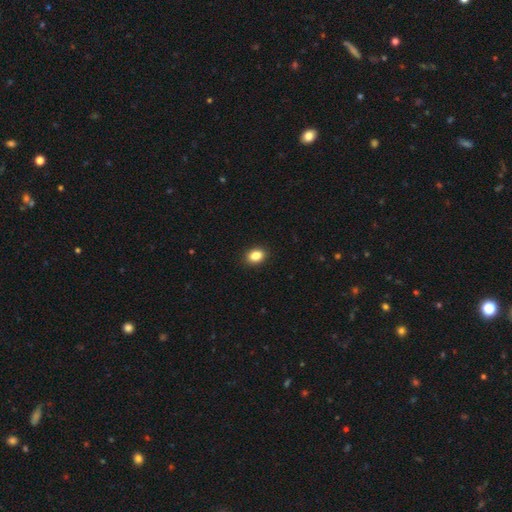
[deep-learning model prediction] smooth-or-featured: smooth: 87% | star or artifact: 9% | featured or disk: 4%
  how-rounded: in between: 68% | round: 30% | cigar-shaped: 1%
  merging: none: 91% | minor disturbance: 7% | major disturbance: 2% | merger: 1%